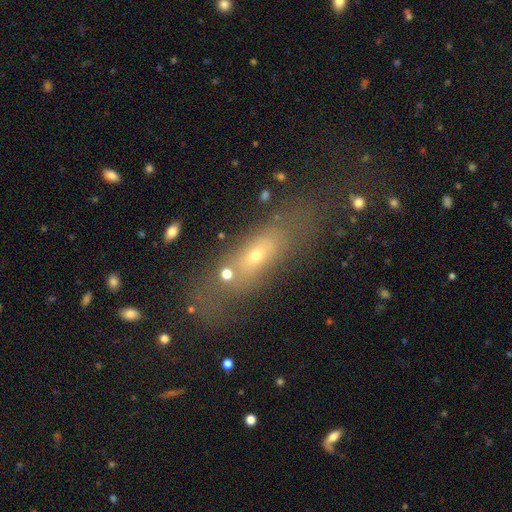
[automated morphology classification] Smooth or featured?
  - smooth: 52% *
  - featured or disk: 33%
  - star or artifact: 15%
How rounded?
  - in between: 54% *
  - cigar-shaped: 38%
  - round: 8%
Merging?
  - none: 56% *
  - minor disturbance: 18%
  - major disturbance: 16%
  - merger: 11%